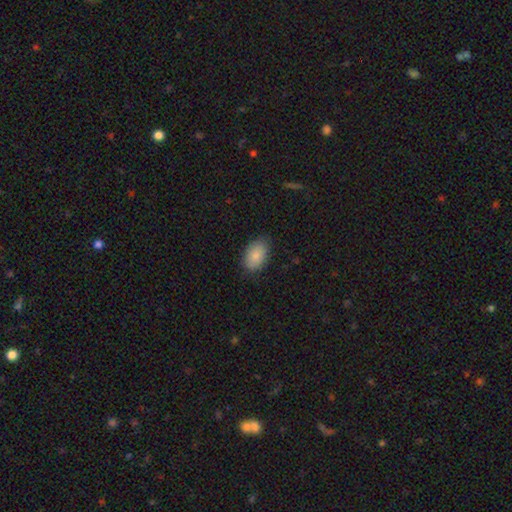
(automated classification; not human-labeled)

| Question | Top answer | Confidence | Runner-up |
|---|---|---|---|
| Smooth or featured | smooth | 86% | featured or disk (7%) |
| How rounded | in between | 91% | round (7%) |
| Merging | none | 84% | minor disturbance (12%) |